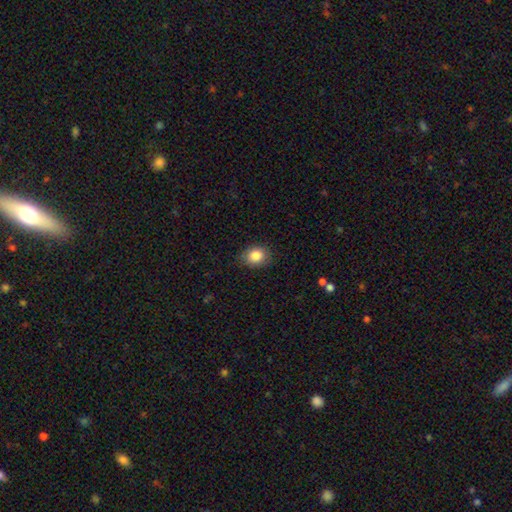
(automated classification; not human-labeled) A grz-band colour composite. It shows a smooth galaxy with no disk features (85%) that is round (52%). Merging: none (83%).